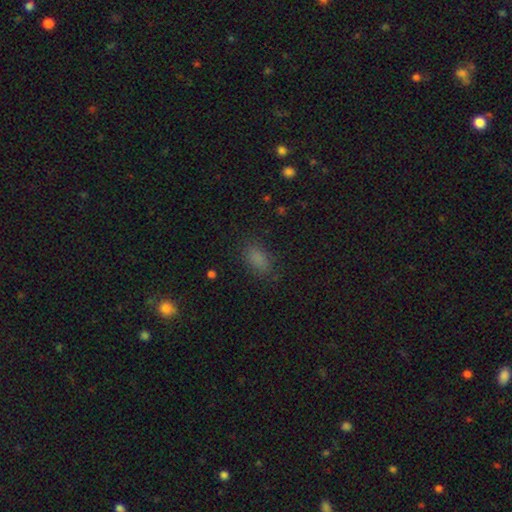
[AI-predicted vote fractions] smooth-or-featured: smooth: 81% | star or artifact: 15% | featured or disk: 5%
  how-rounded: in between: 87% | round: 7% | cigar-shaped: 6%
  merging: none: 82% | minor disturbance: 13% | major disturbance: 4% | merger: 1%